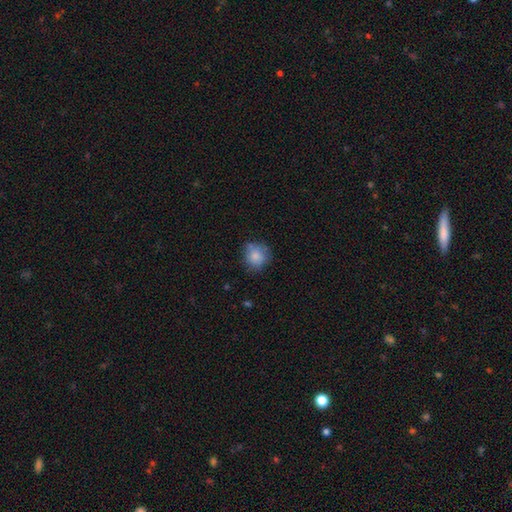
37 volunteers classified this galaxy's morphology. Smooth or featured: smooth — 89% (featured or disk — 5%)
How rounded: round — 79% (in between — 21%)
Merging: none — 71% (minor disturbance — 17%)